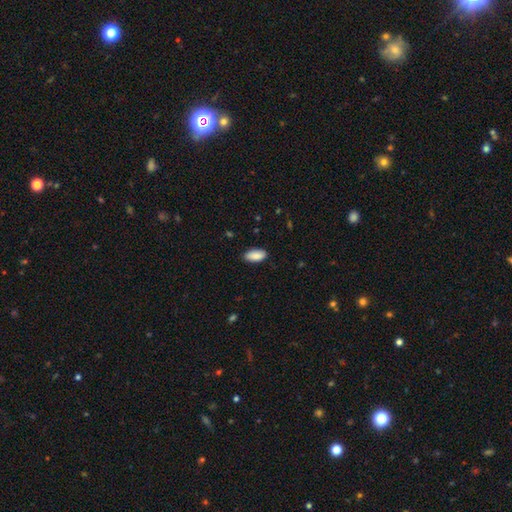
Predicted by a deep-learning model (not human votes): A smooth galaxy with no disk features (90%) that is in between round and cigar-shaped (91%). Merging: none (88%).